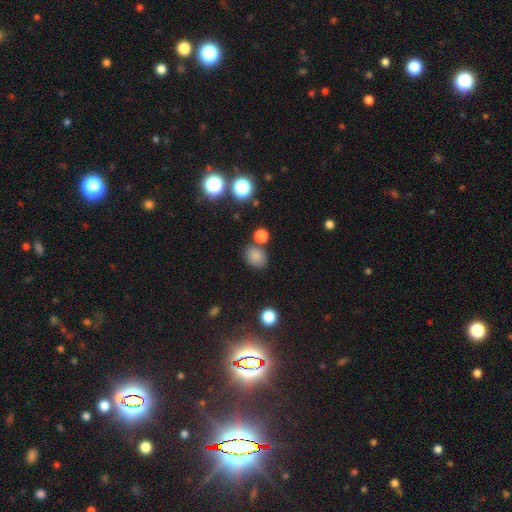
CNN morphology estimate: smooth 81%, star or artifact 13%, featured or disk 6%. Down the decision tree: how rounded — in between (58%); merging — none (70%).